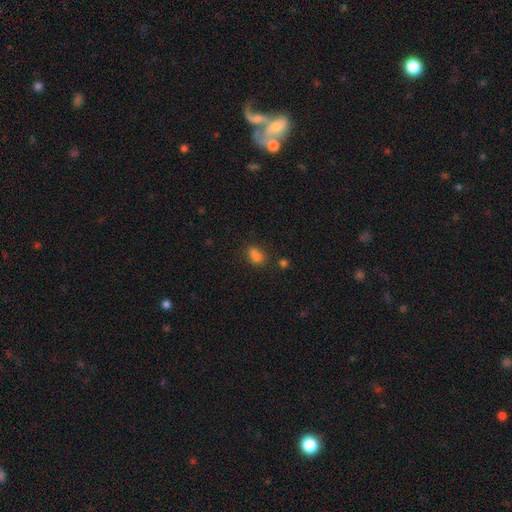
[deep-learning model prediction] Overall: smooth (79%). How rounded: in between (74%). Merging: none (61%).